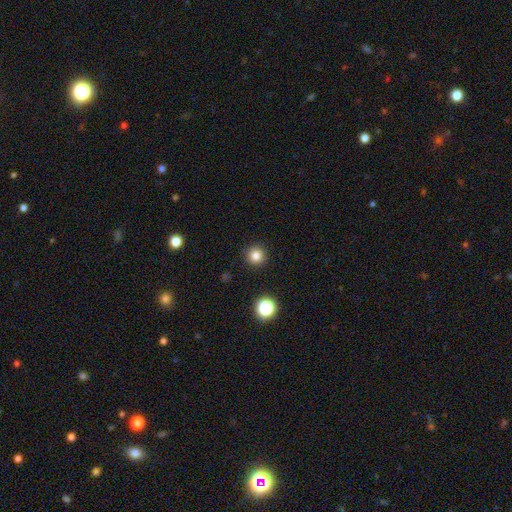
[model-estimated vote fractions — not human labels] This appears to be a smooth galaxy with no disk features (81%) that is round (96%). Merging: none (92%).